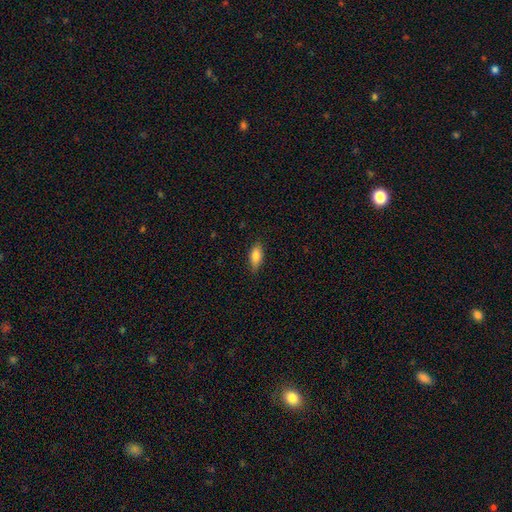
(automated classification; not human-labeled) A smooth galaxy with no disk features (83%) that is in between round and cigar-shaped (85%). Merging: none (82%).